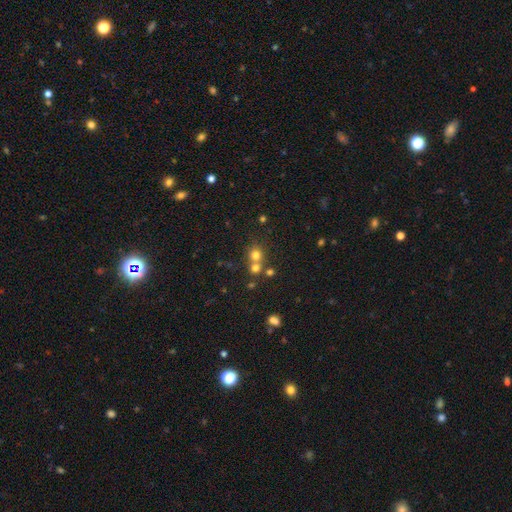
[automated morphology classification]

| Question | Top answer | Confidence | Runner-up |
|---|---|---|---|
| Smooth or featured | smooth | 73% | star or artifact (17%) |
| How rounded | round | 84% | in between (15%) |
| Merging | none | 49% | merger (42%) |